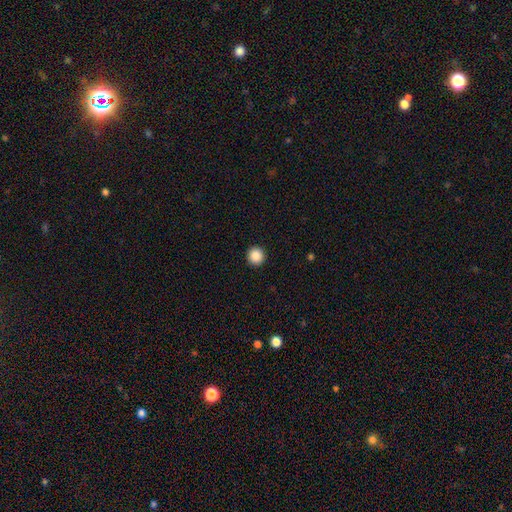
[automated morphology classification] A smooth galaxy with no disk features (88%) that is round (95%).

Vote fractions:
- Smooth or featured? smooth: 88% / star or artifact: 10% / featured or disk: 3%
- How rounded? round: 95% / in between: 4% / cigar-shaped: 1%
- Merging? none: 93% / minor disturbance: 4% / major disturbance: 1% / merger: 1%